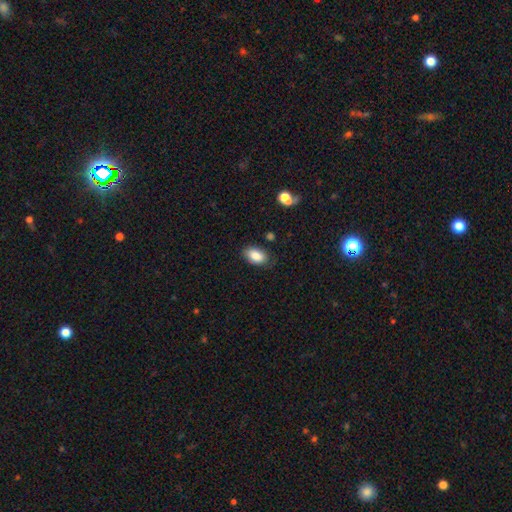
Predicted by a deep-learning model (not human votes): smooth-or-featured: smooth: 85% | star or artifact: 8% | featured or disk: 7%
  how-rounded: in between: 92% | round: 7% | cigar-shaped: 2%
  merging: none: 80% | minor disturbance: 15% | major disturbance: 3% | merger: 2%